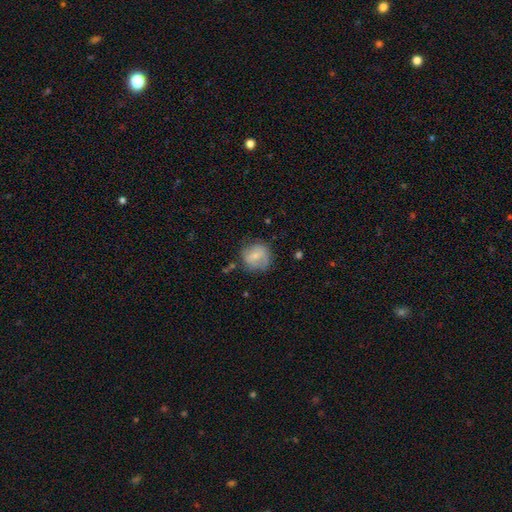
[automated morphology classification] A smooth galaxy with no disk features (62%) that is round (82%). Merging: none (64%).